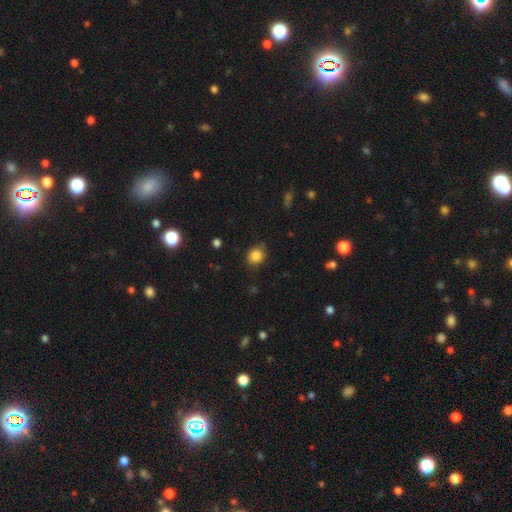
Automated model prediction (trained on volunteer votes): This appears to be a smooth galaxy with no disk features (85%) that is round (70%). Merging: none (78%).